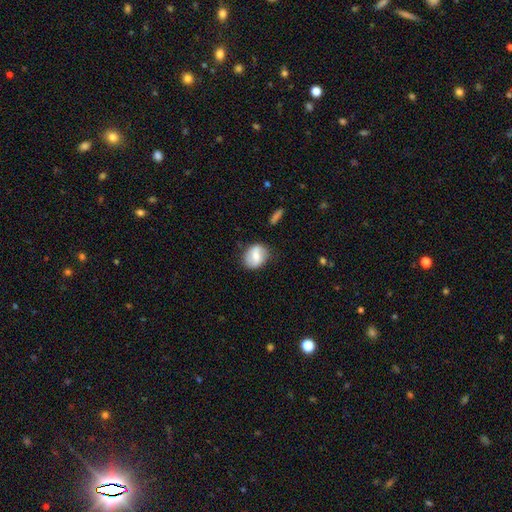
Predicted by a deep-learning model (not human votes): smooth_or_featured: smooth (p=0.54) [alt: featured or disk p=0.39]
how_rounded: round (p=0.51) [alt: in between p=0.47]
merging: none (p=0.76) [alt: minor disturbance p=0.17]